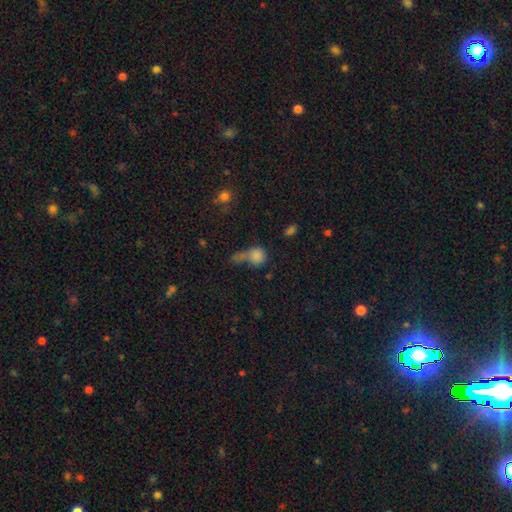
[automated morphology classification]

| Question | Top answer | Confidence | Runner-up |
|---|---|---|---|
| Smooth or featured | smooth | 78% | star or artifact (12%) |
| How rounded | round | 72% | in between (25%) |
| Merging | merger | 35% | none (29%) |